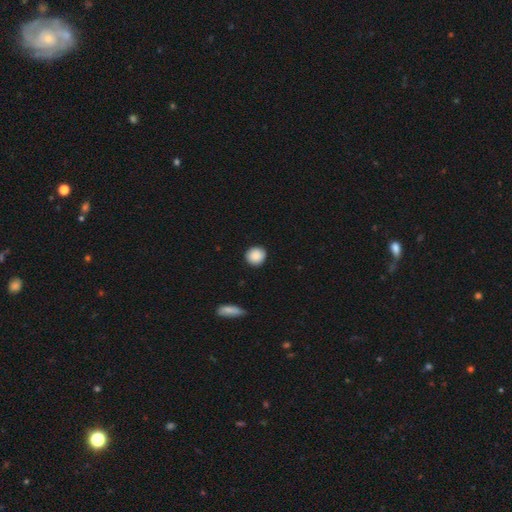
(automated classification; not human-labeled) A smooth galaxy with no disk features (88%) that is round (92%).

Vote fractions:
- Smooth or featured? smooth: 88% / star or artifact: 8% / featured or disk: 4%
- How rounded? round: 92% / in between: 7% / cigar-shaped: 1%
- Merging? none: 89% / minor disturbance: 8% / major disturbance: 2% / merger: 1%